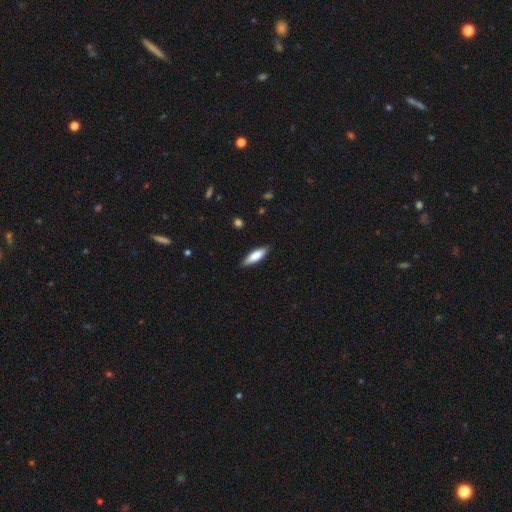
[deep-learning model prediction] A smooth galaxy with no disk features (78%) that is cigar-shaped (57%).

Vote fractions:
- Smooth or featured? smooth: 78% / featured or disk: 17% / star or artifact: 5%
- How rounded? cigar-shaped: 57% / in between: 41% / round: 2%
- Merging? none: 88% / minor disturbance: 10% / major disturbance: 2% / merger: 1%